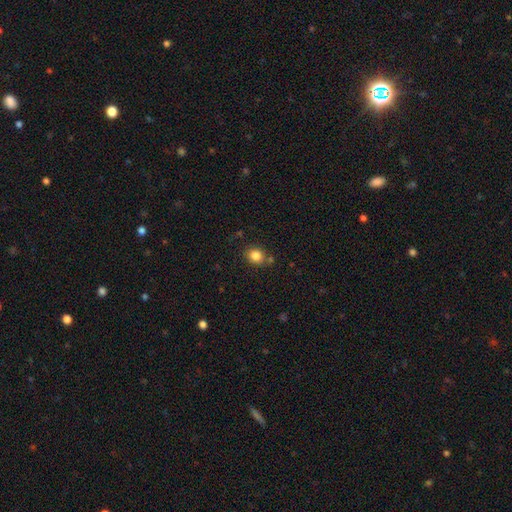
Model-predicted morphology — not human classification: smooth 83%, star or artifact 11%, featured or disk 6%. Down the decision tree: how rounded — round (74%); merging — none (75%).